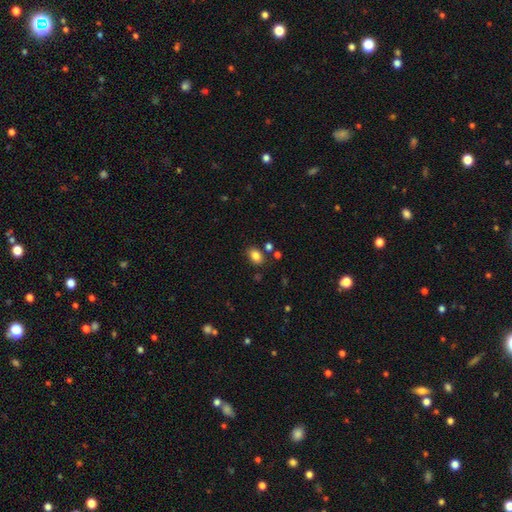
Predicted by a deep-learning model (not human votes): Smooth or featured: smooth — 83% (star or artifact — 10%)
How rounded: in between — 79% (round — 20%)
Merging: none — 79% (minor disturbance — 12%)